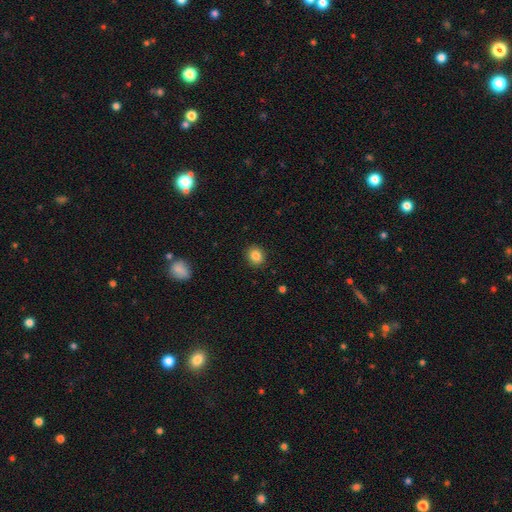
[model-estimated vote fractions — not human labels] smooth_or_featured: smooth (p=0.85) [alt: star or artifact p=0.10]
how_rounded: round (p=0.78) [alt: in between p=0.21]
merging: none (p=0.91) [alt: minor disturbance p=0.06]